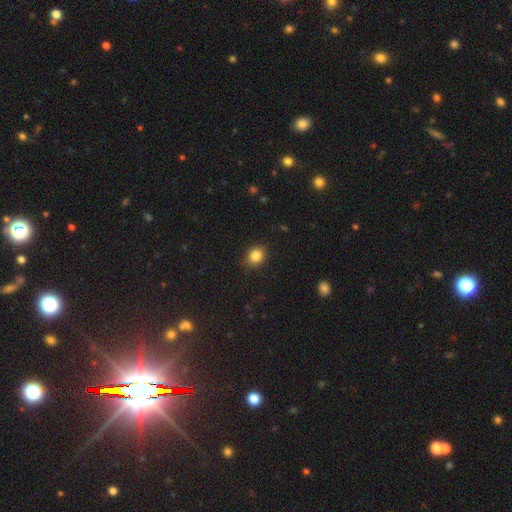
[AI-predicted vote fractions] Smooth or featured? smooth (85%)
How rounded? round (66%)
Merging? none (87%)